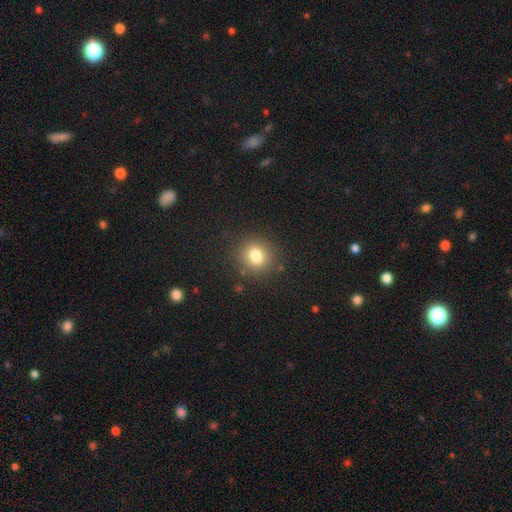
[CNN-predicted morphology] smooth 78%, star or artifact 13%, featured or disk 9%. Down the decision tree: how rounded — round (80%); merging — none (87%).